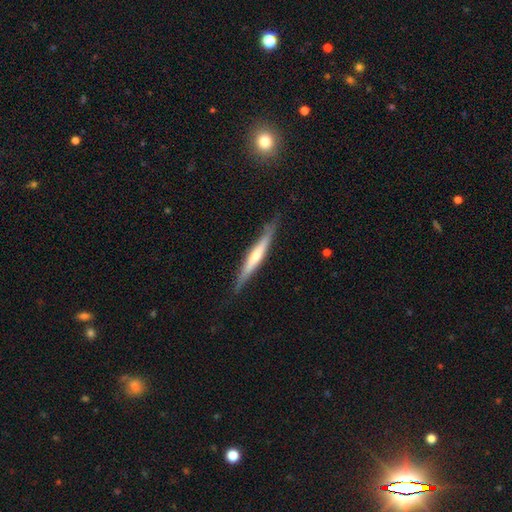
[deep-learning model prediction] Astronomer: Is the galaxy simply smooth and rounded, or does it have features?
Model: featured or disk — 57% (runner-up: smooth, 37%).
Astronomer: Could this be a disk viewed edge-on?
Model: yes — 95%.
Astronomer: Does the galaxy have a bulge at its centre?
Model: rounded — 47% (runner-up: none, 39%).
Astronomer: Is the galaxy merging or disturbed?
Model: none — 84%.